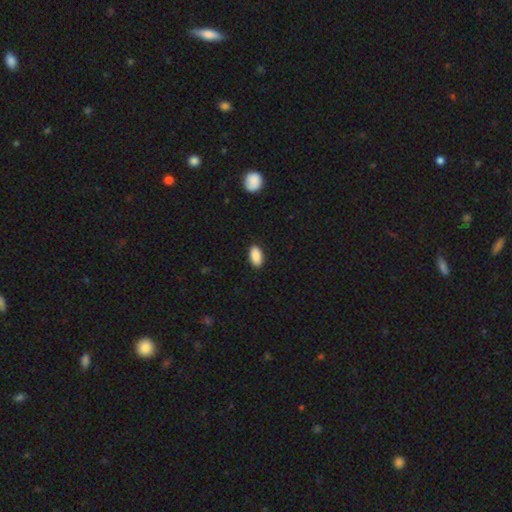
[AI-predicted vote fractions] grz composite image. It shows a smooth galaxy with no disk features (90%) that is in between round and cigar-shaped (93%). Merging: none (89%).